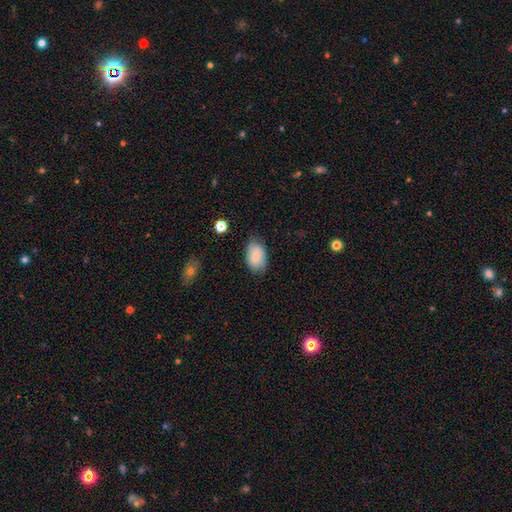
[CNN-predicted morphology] Smooth or featured? Predicted: smooth (p=0.82). How rounded? Predicted: in between (p=0.89). Merging? Predicted: none (p=0.75).